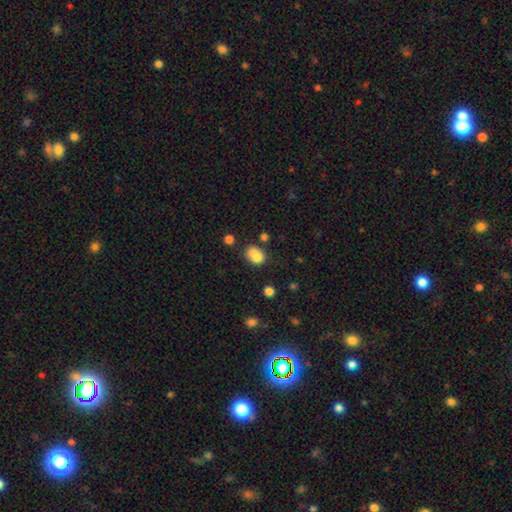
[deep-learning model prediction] Overall: smooth (74%). How rounded: in between (51%; round 48%). Merging: merger (48%; none 33%).